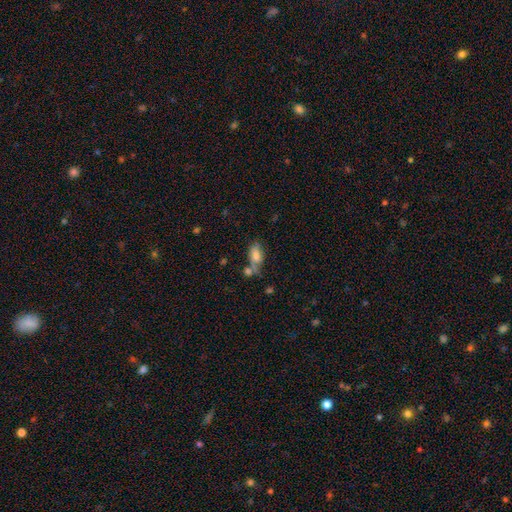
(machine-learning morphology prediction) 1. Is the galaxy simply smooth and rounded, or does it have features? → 72% smooth, 18% featured or disk, 10% star or artifact.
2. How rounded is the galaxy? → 85% in between, 11% cigar-shaped, 4% round.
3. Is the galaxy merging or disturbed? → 45% none, 27% merger, 19% minor disturbance, 8% major disturbance.